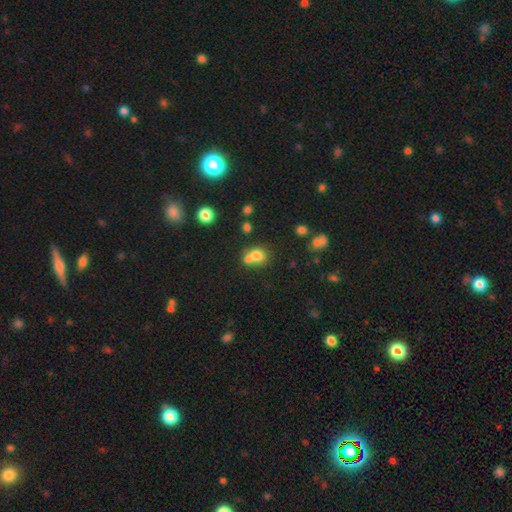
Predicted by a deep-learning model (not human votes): This appears to be a smooth galaxy with no disk features (74%) that is round (60%). Merging: merger (53%).